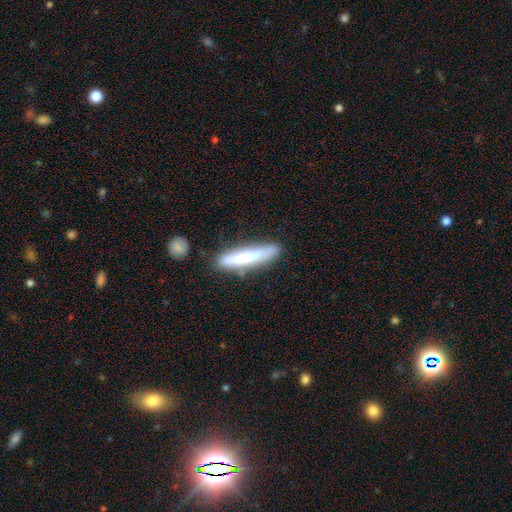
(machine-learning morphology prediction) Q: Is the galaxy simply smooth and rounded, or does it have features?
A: smooth — 62%.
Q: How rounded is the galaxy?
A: cigar-shaped — 88%.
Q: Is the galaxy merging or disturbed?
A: none — 77%.